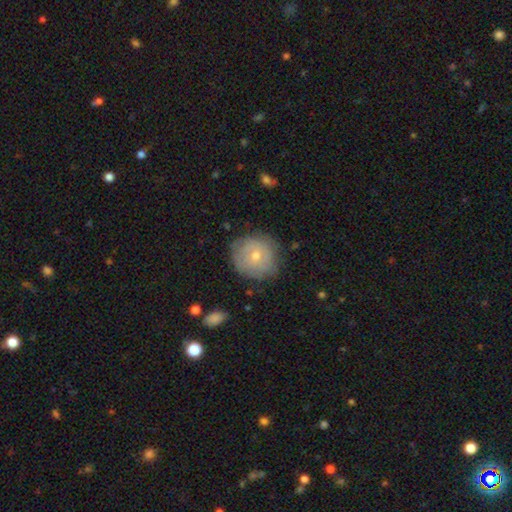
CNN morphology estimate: type=smooth (51%); roundness=round (89%); merging=none (78%).